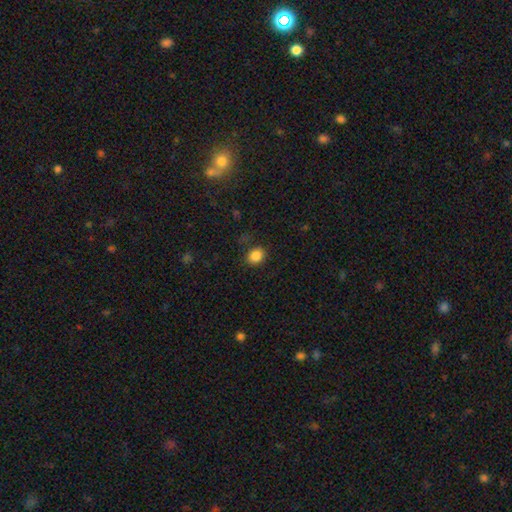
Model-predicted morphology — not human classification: type=smooth (85%); roundness=round (60%); merging=none (83%).